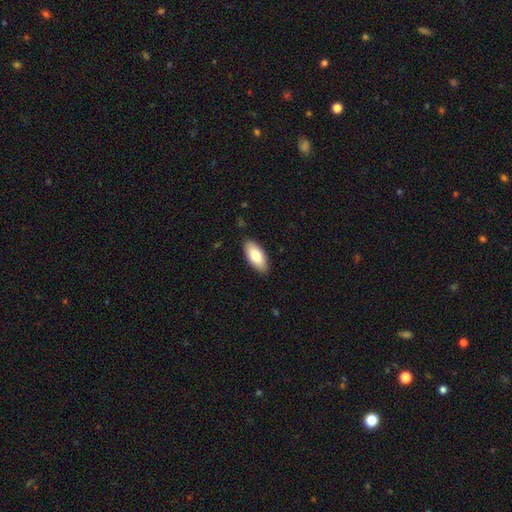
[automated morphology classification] This appears to be a smooth galaxy with no disk features (79%) that is in between round and cigar-shaped (90%). Merging: none (88%).